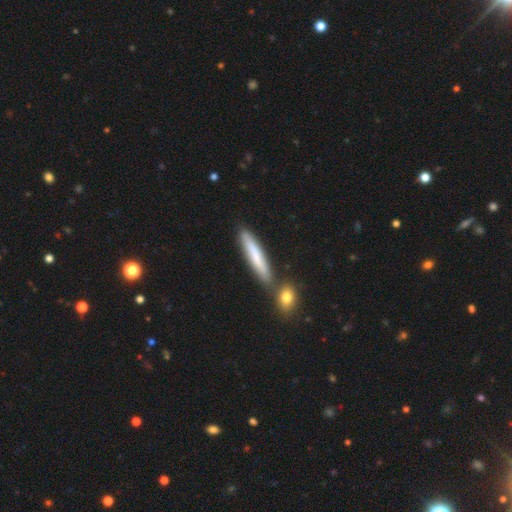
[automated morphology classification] Q: Smooth or featured?
A: smooth (68%); runner-up: featured or disk (25%)
Q: How rounded?
A: cigar-shaped (91%); runner-up: in between (7%)
Q: Merging?
A: none (74%); runner-up: merger (13%)